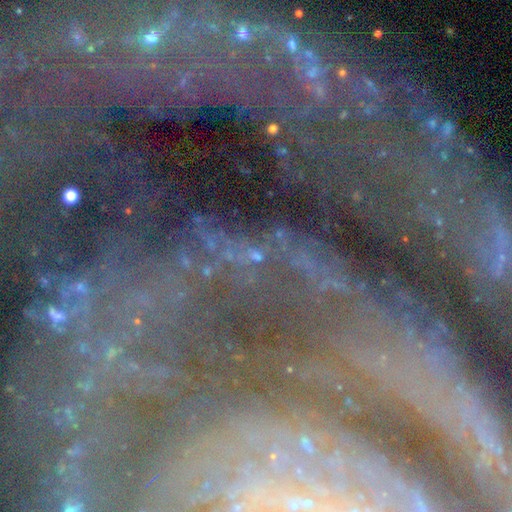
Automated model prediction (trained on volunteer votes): This appears to be a star or artifact, not a galaxy (65%).